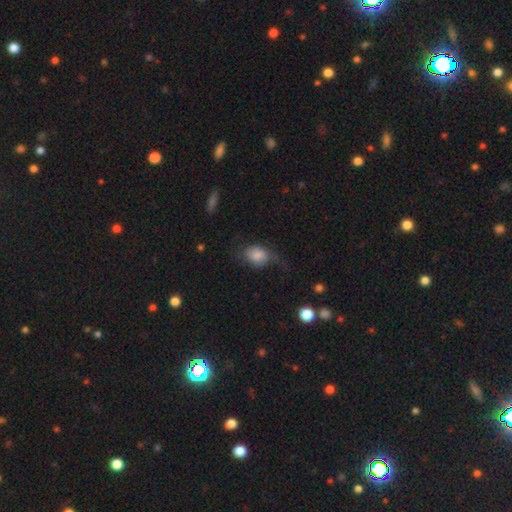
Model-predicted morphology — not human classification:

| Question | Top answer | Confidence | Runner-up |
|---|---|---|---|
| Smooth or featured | smooth | 72% | featured or disk (19%) |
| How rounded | in between | 70% | round (29%) |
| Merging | none | 39% | major disturbance (30%) |